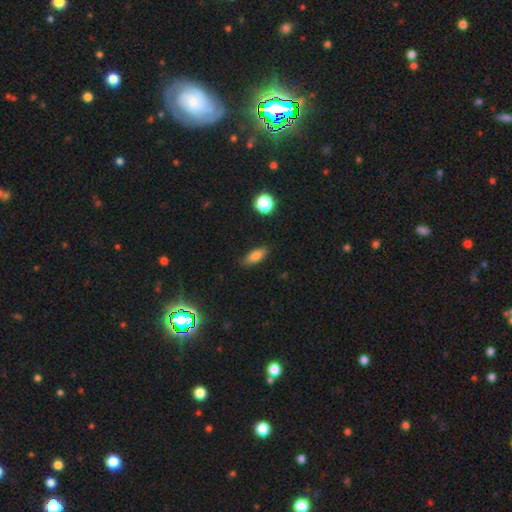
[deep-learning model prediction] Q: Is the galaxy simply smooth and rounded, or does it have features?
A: smooth — 80%.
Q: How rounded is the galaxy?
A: in between — 77%.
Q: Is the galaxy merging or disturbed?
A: none — 84%.